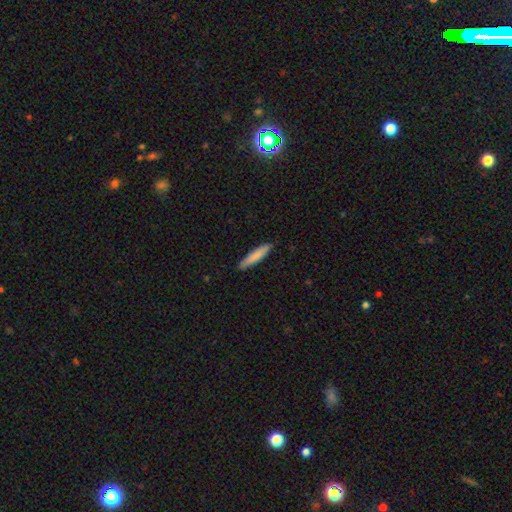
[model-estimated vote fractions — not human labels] smooth-or-featured: smooth: 82% | featured or disk: 13% | star or artifact: 5%
  how-rounded: cigar-shaped: 89% | in between: 9% | round: 1%
  merging: none: 88% | minor disturbance: 9% | major disturbance: 2% | merger: 1%